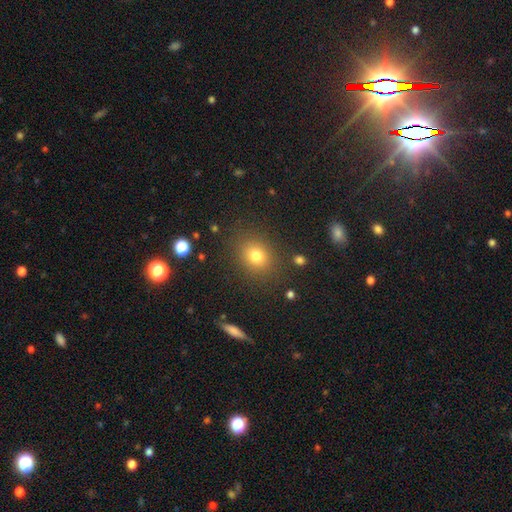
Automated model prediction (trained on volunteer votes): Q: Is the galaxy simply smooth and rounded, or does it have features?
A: smooth — 78%.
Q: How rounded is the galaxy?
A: round — 61%.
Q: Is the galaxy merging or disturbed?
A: none — 84%.